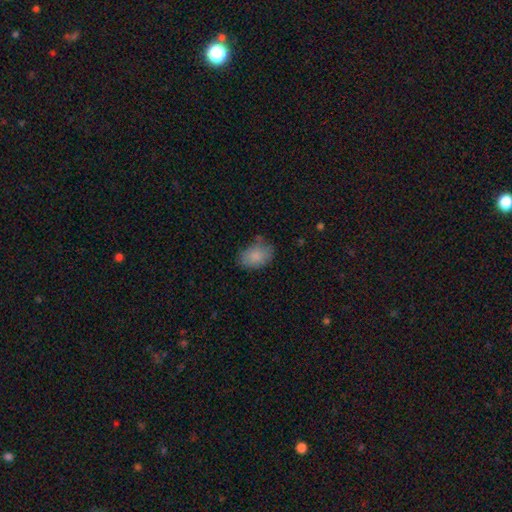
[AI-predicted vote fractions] This is clearly a smooth galaxy (84%). How rounded: clearly in between (82%). Merging: likely none (65%).